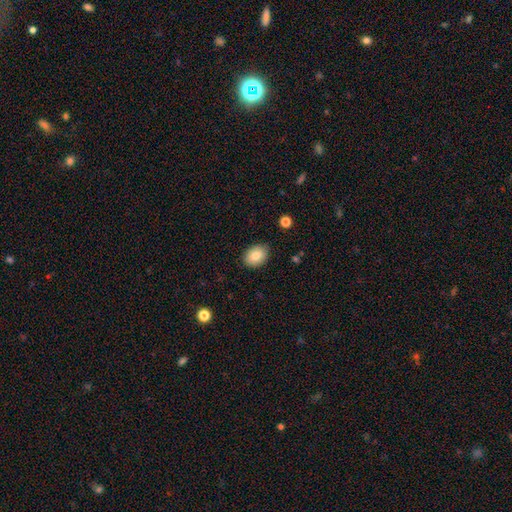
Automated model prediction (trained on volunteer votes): This appears to be a smooth galaxy with no disk features (84%) that is in between round and cigar-shaped (72%). Merging: none (86%).